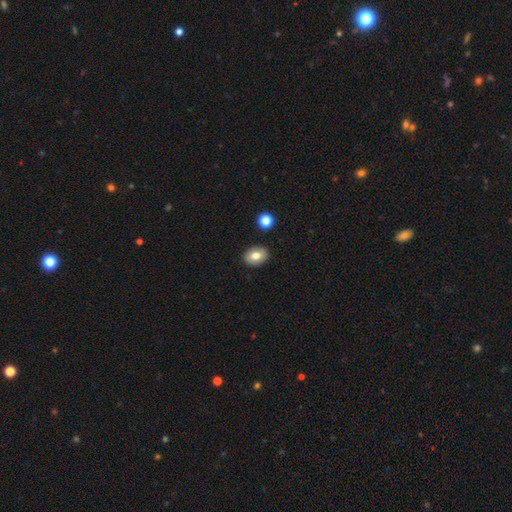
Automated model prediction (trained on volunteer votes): smooth-or-featured: smooth: 76% | featured or disk: 16% | star or artifact: 8%
  how-rounded: in between: 75% | round: 24% | cigar-shaped: 1%
  merging: none: 88% | minor disturbance: 8% | merger: 2% | major disturbance: 2%